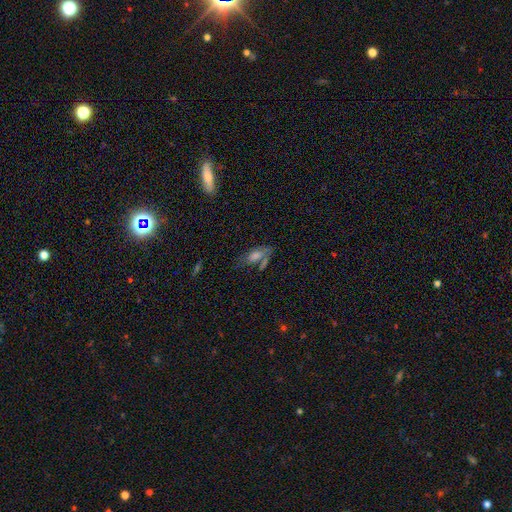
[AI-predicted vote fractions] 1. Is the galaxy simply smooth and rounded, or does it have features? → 48% smooth, 33% featured or disk, 18% star or artifact.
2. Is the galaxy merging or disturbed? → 53% none, 21% minor disturbance, 14% merger, 13% major disturbance.